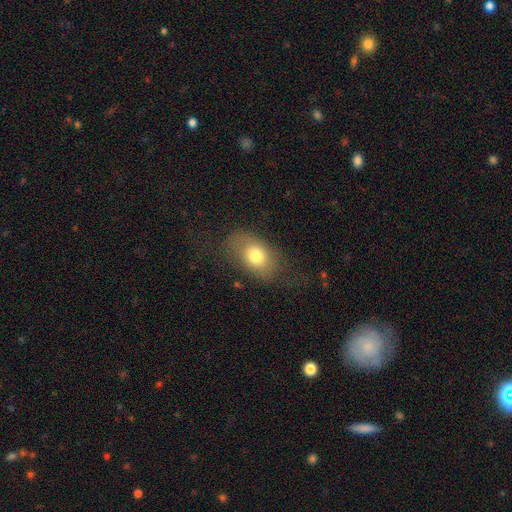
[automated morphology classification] Smooth or featured? smooth (73%)
How rounded? in between (79%)
Merging? none (57%)